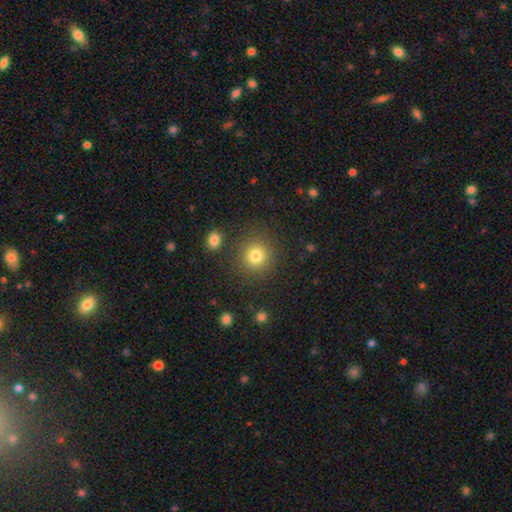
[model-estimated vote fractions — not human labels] Overall: smooth (80%). How rounded: round (91%). Merging: none (86%).